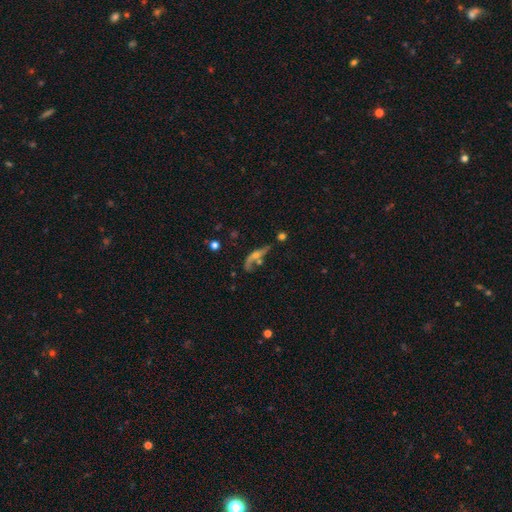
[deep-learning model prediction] Overall: featured or disk (58%; smooth 28%). Edge-on disk: yes (52%; no 48%). Merging: none (37%; major disturbance 24%).